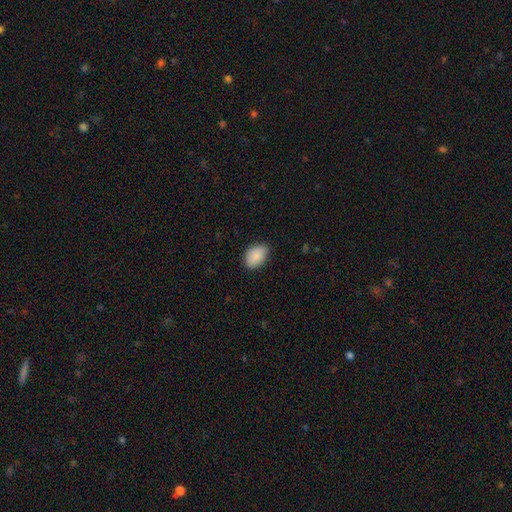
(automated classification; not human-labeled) This is clearly a smooth galaxy (89%). How rounded: clearly in between (87%). Merging: clearly none (81%).